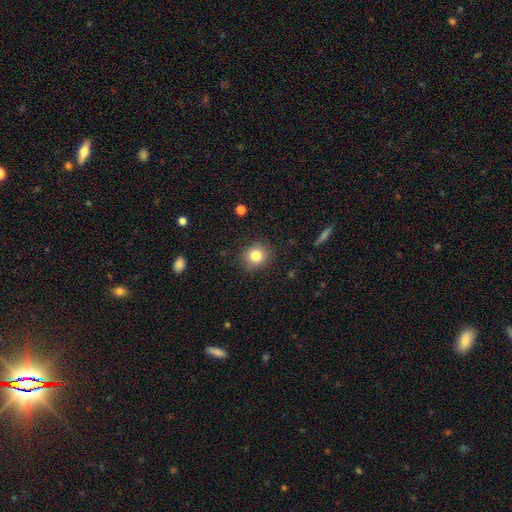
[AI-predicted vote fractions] This appears to be a smooth galaxy with no disk features (82%) that is round (83%). Merging: none (87%).